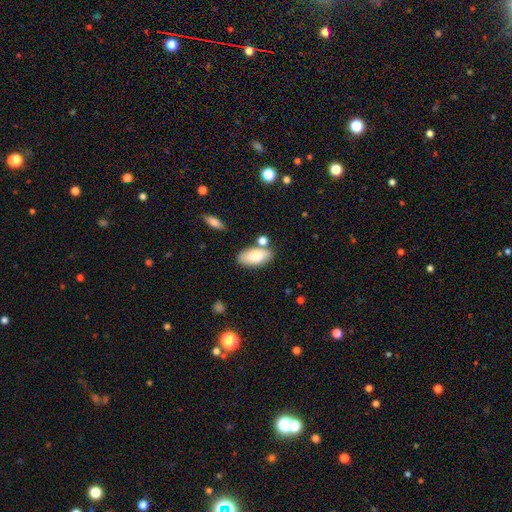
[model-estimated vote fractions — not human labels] This is clearly a smooth galaxy (80%). How rounded: clearly in between (92%). Merging: likely none (71%).